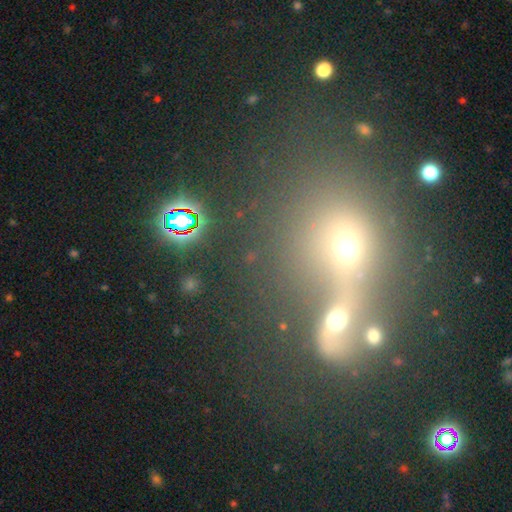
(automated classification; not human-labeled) This appears to be a smooth galaxy with no disk features (44%). Merging: merger (54%).